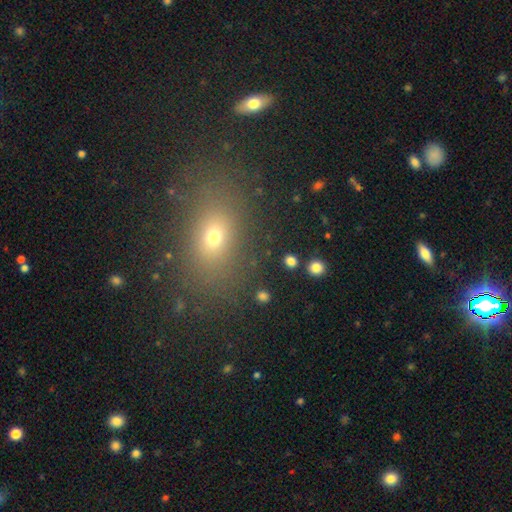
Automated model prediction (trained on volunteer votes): The model was most divided on "smooth or featured": smooth: 62%, star or artifact: 25%, featured or disk: 14%. More confident: merging — none (82%); how rounded — in between (68%).